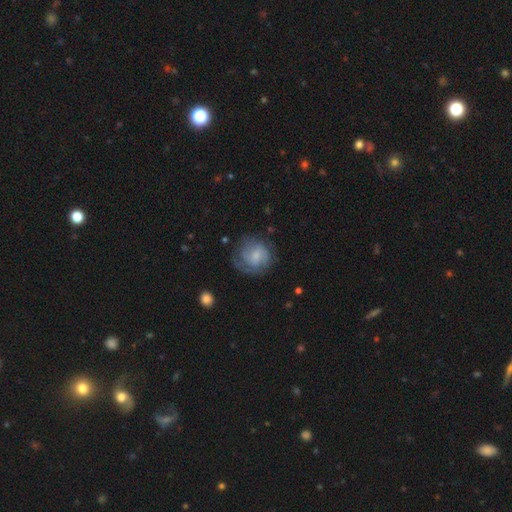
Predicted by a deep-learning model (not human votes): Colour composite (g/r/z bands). It shows a smooth galaxy with no disk features (50%) that is round (80%). Merging: none (53%).